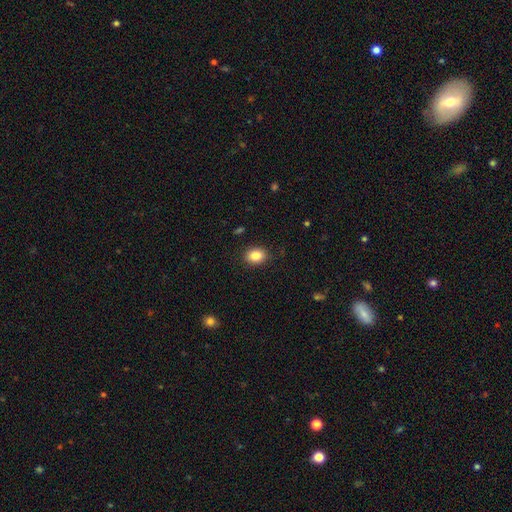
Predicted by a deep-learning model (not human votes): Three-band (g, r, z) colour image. It shows a smooth galaxy with no disk features (86%) that is in between round and cigar-shaped (66%). Merging: none (88%).